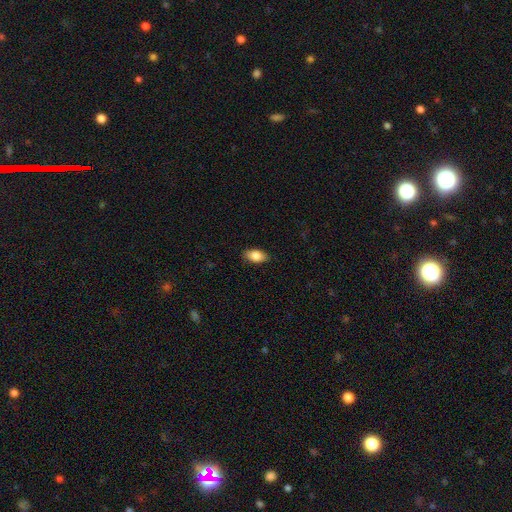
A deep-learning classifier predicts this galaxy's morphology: type=smooth (84%); roundness=in between (90%); merging=none (86%).